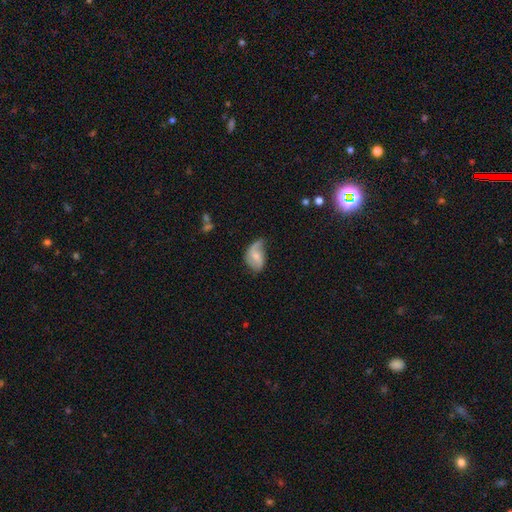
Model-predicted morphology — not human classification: Overall: featured or disk (56%; smooth 37%). Edge-on disk: no (96%). Bar: weak (44%; no 43%). Spiral arms: yes (84%). Bulge size: moderate (44%; small 42%). Merging: minor disturbance (39%, tied with none).